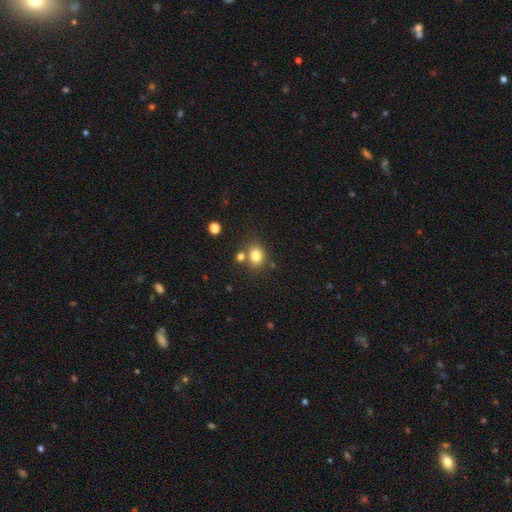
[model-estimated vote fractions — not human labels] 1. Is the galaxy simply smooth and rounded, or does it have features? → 80% smooth, 13% star or artifact, 8% featured or disk.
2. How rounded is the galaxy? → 67% round, 32% in between, 1% cigar-shaped.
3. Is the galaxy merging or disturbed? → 70% none, 15% merger, 11% minor disturbance, 3% major disturbance.